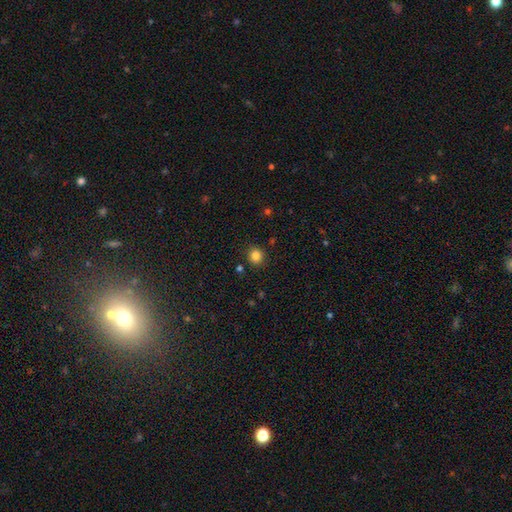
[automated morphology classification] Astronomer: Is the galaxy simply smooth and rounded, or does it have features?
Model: smooth — 84%.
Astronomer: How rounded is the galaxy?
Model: round — 88%.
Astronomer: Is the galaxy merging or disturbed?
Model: none — 89%.